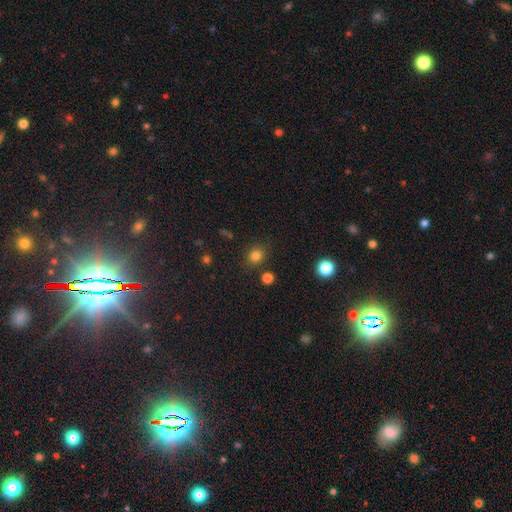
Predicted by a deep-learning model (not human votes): A smooth galaxy with no disk features (80%) that is round (75%). Merging: none (82%).